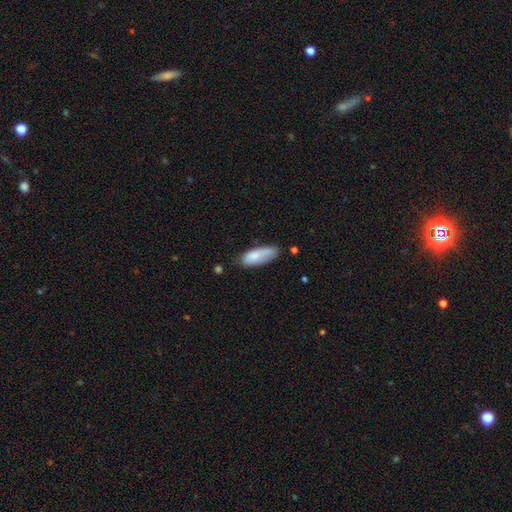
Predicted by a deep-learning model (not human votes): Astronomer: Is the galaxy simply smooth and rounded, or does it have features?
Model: smooth — 82%.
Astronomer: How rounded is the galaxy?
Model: in between — 70%.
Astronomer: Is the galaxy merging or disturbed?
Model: none — 58%.